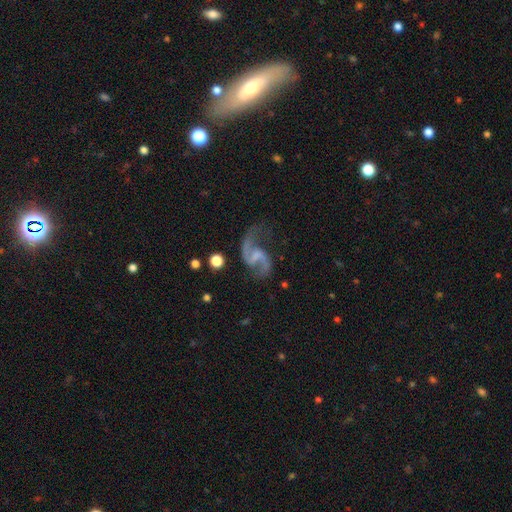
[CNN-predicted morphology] Overall: featured or disk (90%). Edge-on disk: no (98%). Bar: weak (48%; no 34%). Spiral arms: yes (97%). Spiral arm count: 2 (92%). Spiral winding: loose (63%; medium 32%). Bulge size: none (54%; small 30%). Merging: none (65%).